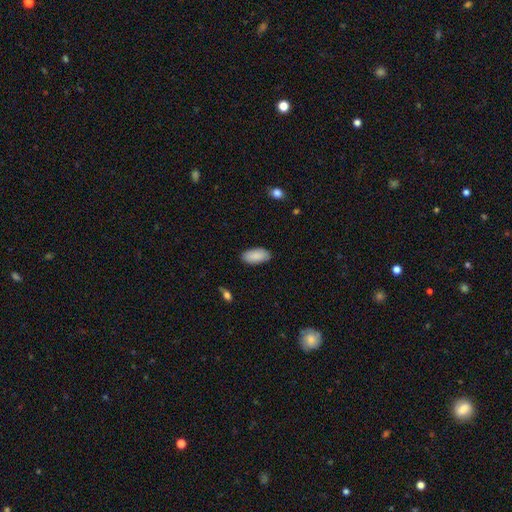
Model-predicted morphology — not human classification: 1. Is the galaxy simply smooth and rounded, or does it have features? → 89% smooth, 6% star or artifact, 5% featured or disk.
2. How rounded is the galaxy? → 93% in between, 5% cigar-shaped, 2% round.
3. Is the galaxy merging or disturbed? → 87% none, 10% minor disturbance, 2% major disturbance, 1% merger.